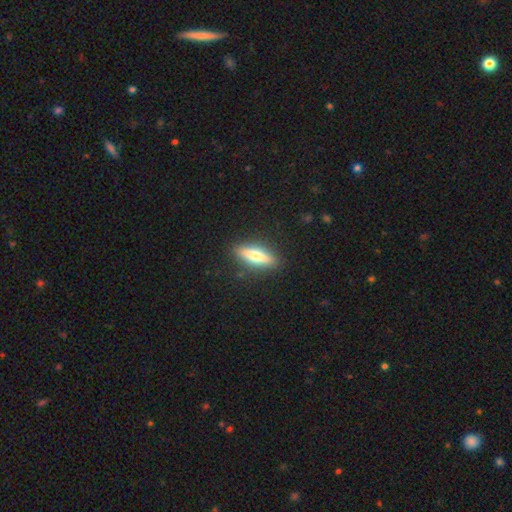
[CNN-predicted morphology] Smooth or featured: smooth — 58% (featured or disk — 36%)
How rounded: cigar-shaped — 60% (in between — 38%)
Merging: none — 88% (minor disturbance — 8%)